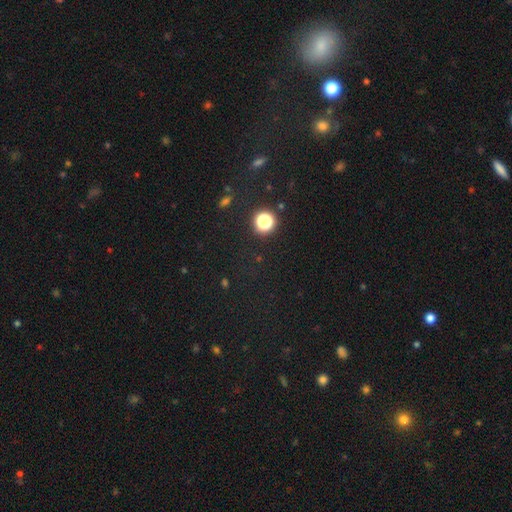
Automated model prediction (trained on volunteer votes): Morphology: type=star or artifact (62%).